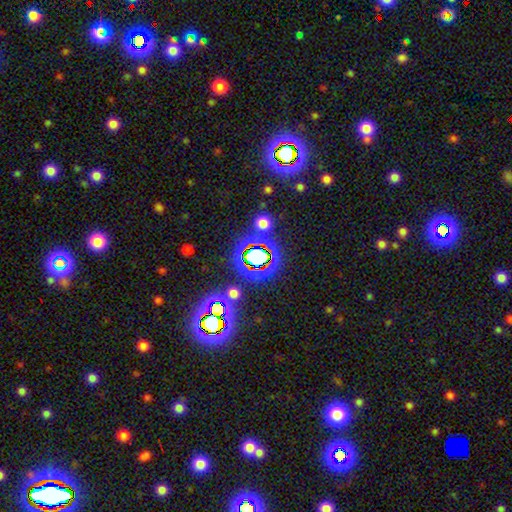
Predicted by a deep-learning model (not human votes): Smooth or featured? star or artifact (78%)